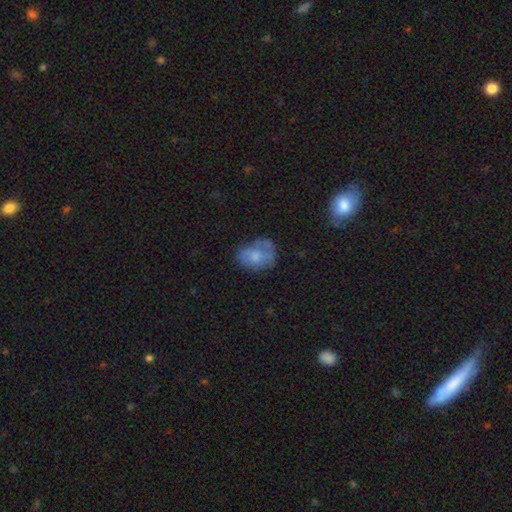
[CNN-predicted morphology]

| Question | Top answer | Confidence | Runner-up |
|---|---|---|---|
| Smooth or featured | smooth | 58% | featured or disk (32%) |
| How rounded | in between | 66% | round (33%) |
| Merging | none | 44% | minor disturbance (29%) |